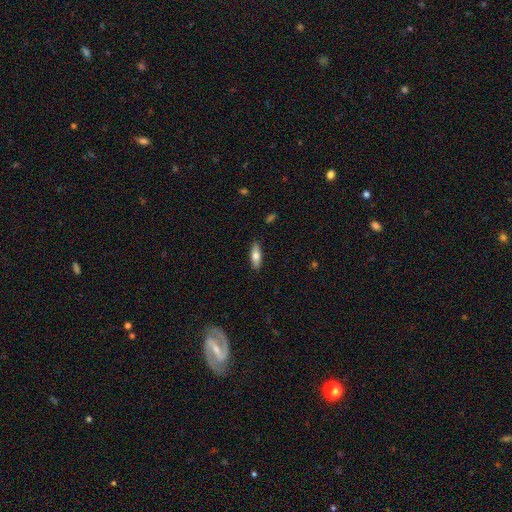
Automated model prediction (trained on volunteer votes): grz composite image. It shows a smooth galaxy with no disk features (73%) that is in between round and cigar-shaped (62%). Merging: none (88%).